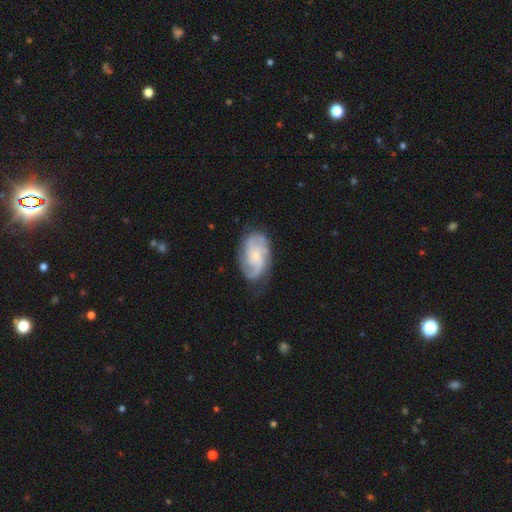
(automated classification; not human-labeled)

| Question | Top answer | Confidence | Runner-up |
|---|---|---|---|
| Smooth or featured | featured or disk | 82% | smooth (13%) |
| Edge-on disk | no | 97% | yes (3%) |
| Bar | no | 67% | weak (29%) |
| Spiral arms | yes | 96% | no (4%) |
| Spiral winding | medium | 44% | tight (42%) |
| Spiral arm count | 2 | 36% | 3 (30%) |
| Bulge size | small | 67% | moderate (26%) |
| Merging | none | 72% | minor disturbance (20%) |